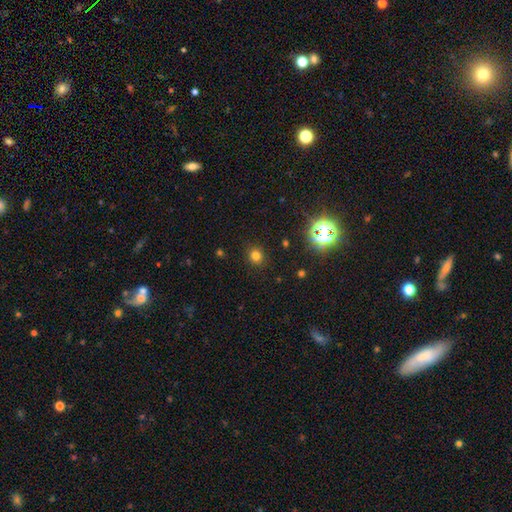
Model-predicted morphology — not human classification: Smooth or featured: smooth — 75% (star or artifact — 19%)
How rounded: round — 82% (in between — 17%)
Merging: none — 88% (minor disturbance — 8%)